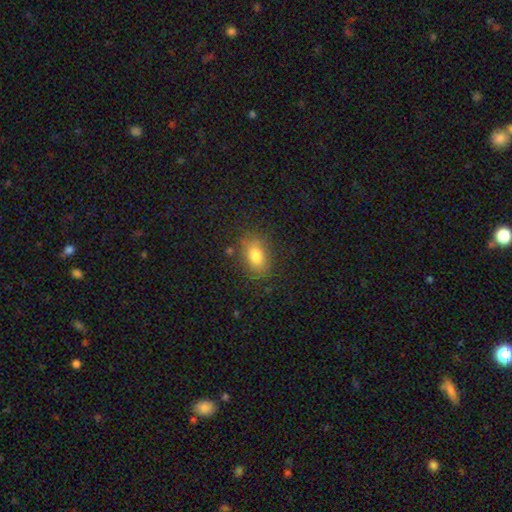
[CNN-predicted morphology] smooth-or-featured: smooth: 80% | featured or disk: 10% | star or artifact: 10%
  how-rounded: in between: 81% | round: 16% | cigar-shaped: 3%
  merging: none: 78% | minor disturbance: 15% | major disturbance: 4% | merger: 2%